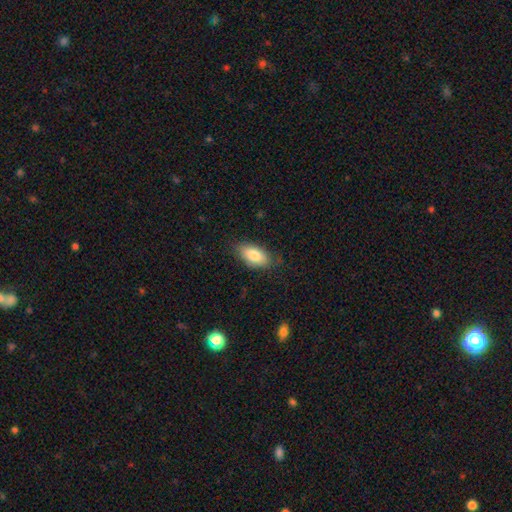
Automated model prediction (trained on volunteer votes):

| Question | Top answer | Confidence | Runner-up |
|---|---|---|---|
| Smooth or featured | smooth | 83% | featured or disk (11%) |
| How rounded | in between | 91% | cigar-shaped (5%) |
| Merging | none | 78% | minor disturbance (17%) |